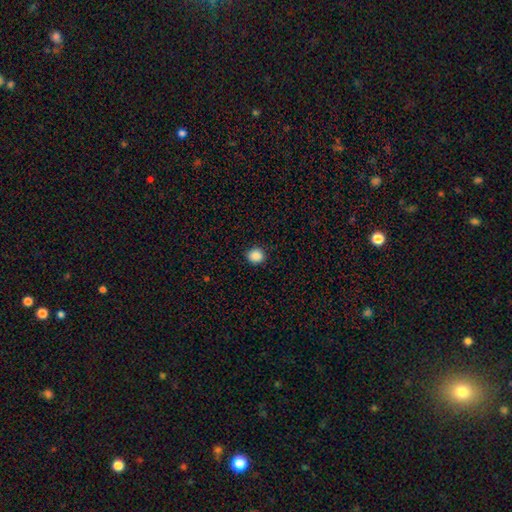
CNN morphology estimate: Overall: smooth (88%). How rounded: round (82%). Merging: none (89%).